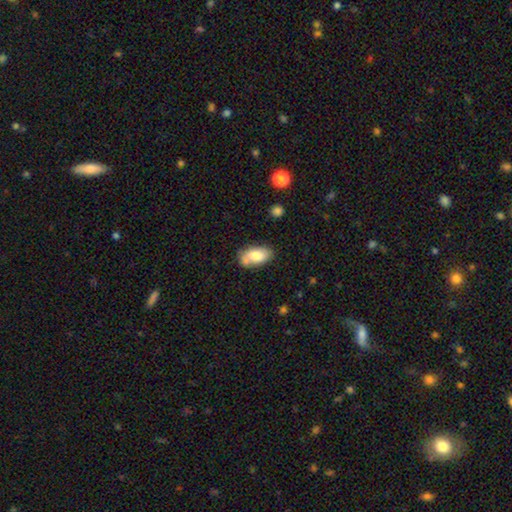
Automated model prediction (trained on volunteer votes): Q: Smooth or featured?
A: smooth (76%); runner-up: featured or disk (17%)
Q: How rounded?
A: in between (93%); runner-up: round (4%)
Q: Merging?
A: none (58%); runner-up: minor disturbance (23%)